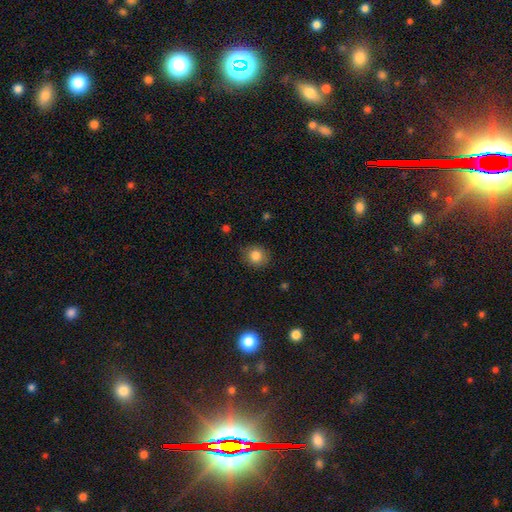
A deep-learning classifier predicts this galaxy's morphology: This is clearly a smooth galaxy (83%). How rounded: clearly round (81%). Merging: clearly none (84%).